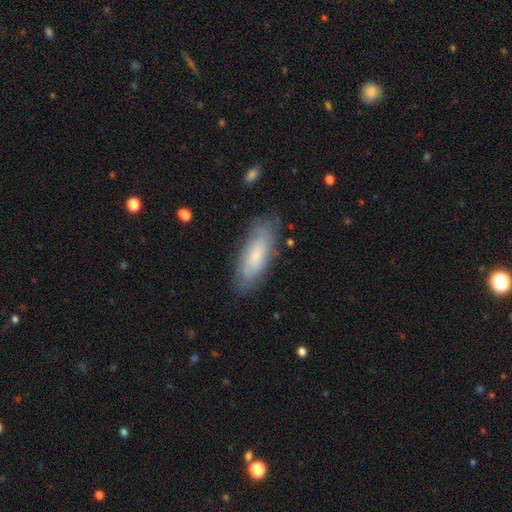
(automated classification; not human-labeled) This appears to be a smooth galaxy with no disk features (62%) that is in between round and cigar-shaped (70%). Merging: none (77%).